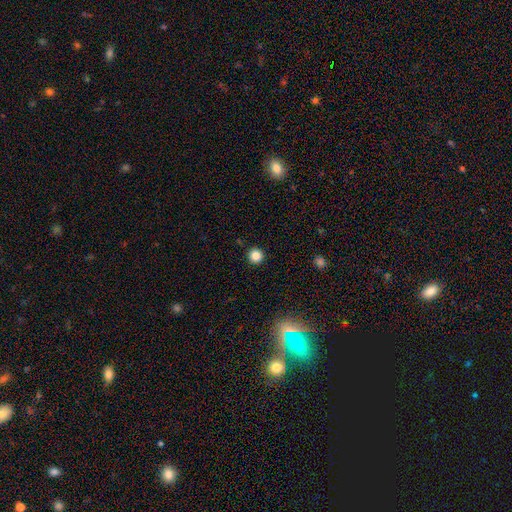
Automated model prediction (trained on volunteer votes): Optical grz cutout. It shows a smooth galaxy with no disk features (85%) that is round (95%). Merging: none (93%).